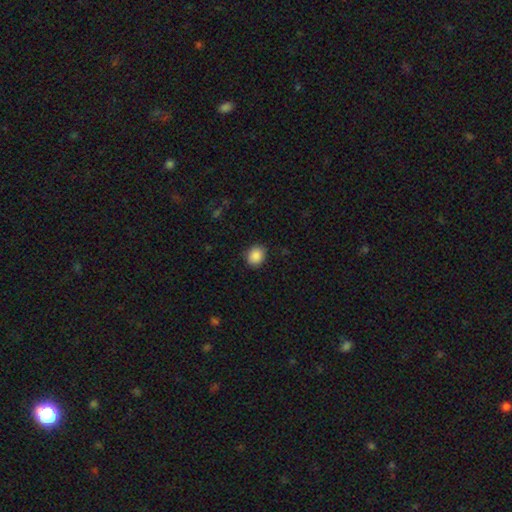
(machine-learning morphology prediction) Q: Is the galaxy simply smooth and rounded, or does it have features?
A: smooth — 89%.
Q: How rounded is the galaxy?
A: round — 64%.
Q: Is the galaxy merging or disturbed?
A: none — 87%.